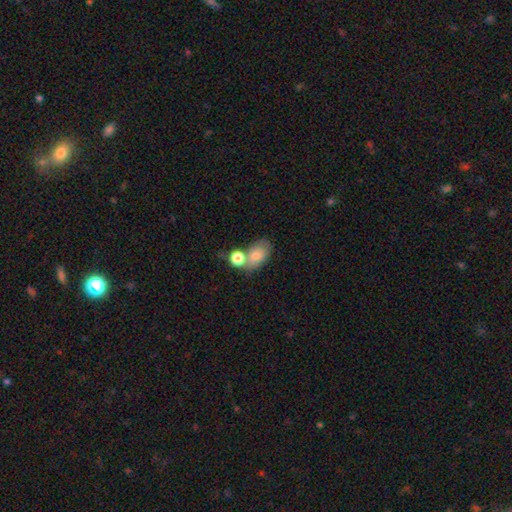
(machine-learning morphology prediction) smooth_or_featured: smooth (p=0.76) [alt: featured or disk p=0.14]
how_rounded: in between (p=0.81) [alt: round p=0.17]
merging: none (p=0.43) [alt: merger p=0.36]